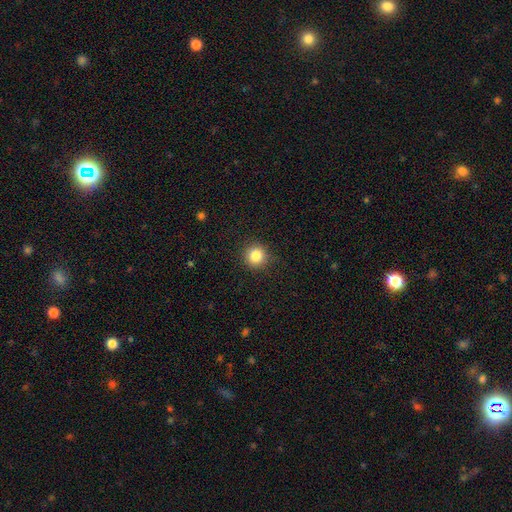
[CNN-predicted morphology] Overall: smooth (84%). How rounded: round (94%). Merging: none (90%).